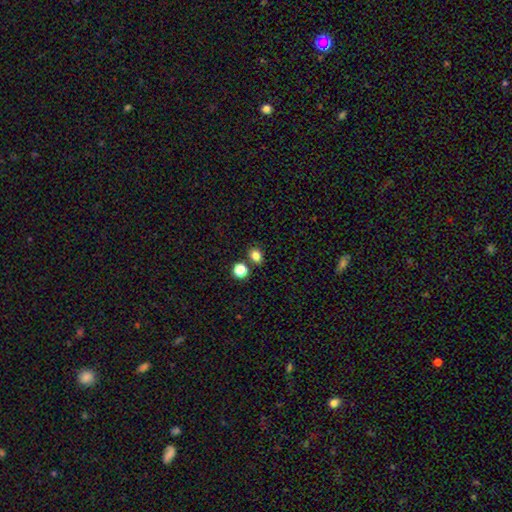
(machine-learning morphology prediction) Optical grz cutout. It shows a smooth galaxy with no disk features (82%) that is round (56%). Merging: none (78%).